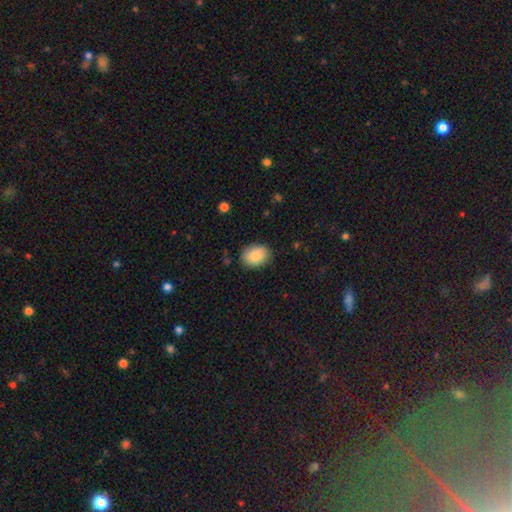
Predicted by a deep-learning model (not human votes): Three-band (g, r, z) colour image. It shows a smooth galaxy with no disk features (86%) that is in between round and cigar-shaped (68%). Merging: none (85%).